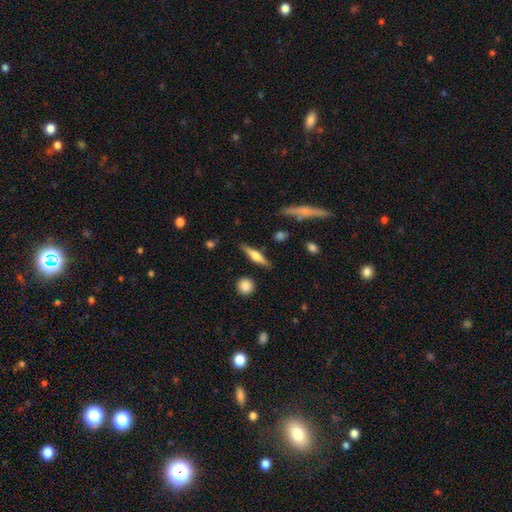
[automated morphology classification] featured or disk 56%, smooth 37%, star or artifact 7%. Down the decision tree: edge-on disk — yes (96%); edge-on bulge — rounded (85%); merging — none (84%).